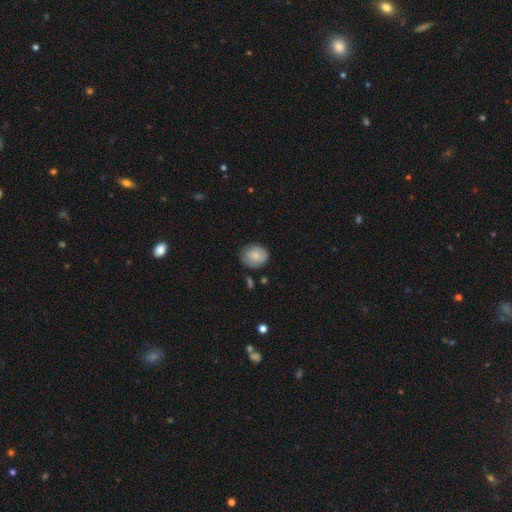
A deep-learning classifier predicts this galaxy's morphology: This is clearly a smooth galaxy (83%). How rounded: likely round (68%). Merging: likely none (78%).